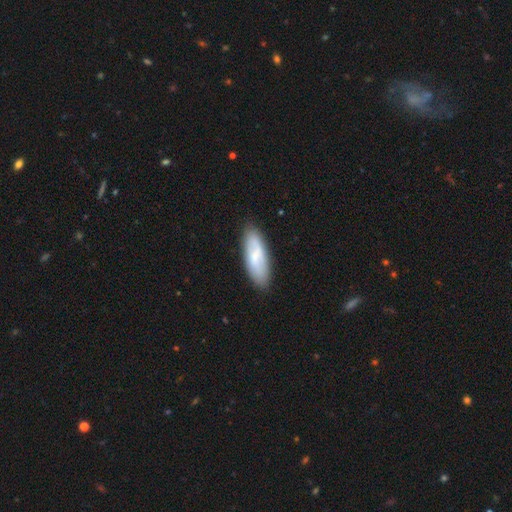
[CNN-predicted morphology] smooth-or-featured: smooth: 60% | featured or disk: 33% | star or artifact: 6%
  how-rounded: in between: 63% | cigar-shaped: 35% | round: 2%
  merging: none: 85% | minor disturbance: 11% | major disturbance: 2% | merger: 1%